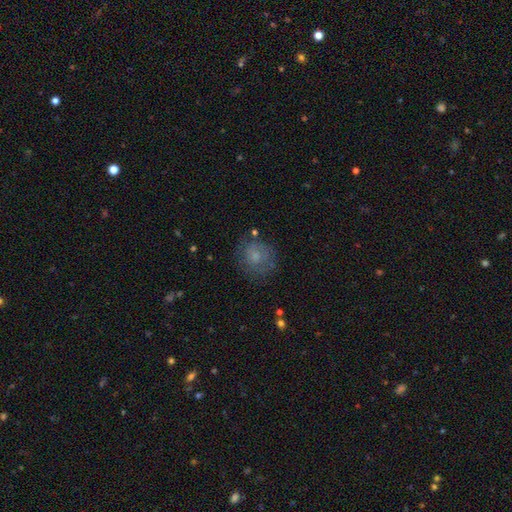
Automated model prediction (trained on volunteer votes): A smooth galaxy with no disk features (65%) that is round (82%).

Vote fractions:
- Smooth or featured? smooth: 65% / featured or disk: 22% / star or artifact: 13%
- How rounded? round: 82% / in between: 17% / cigar-shaped: 1%
- Merging? none: 69% / minor disturbance: 19% / major disturbance: 9% / merger: 3%